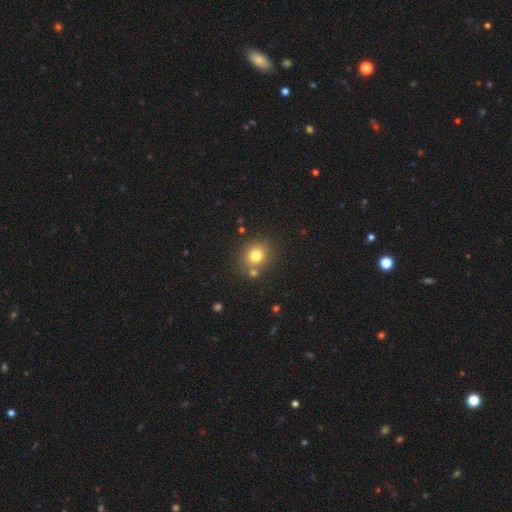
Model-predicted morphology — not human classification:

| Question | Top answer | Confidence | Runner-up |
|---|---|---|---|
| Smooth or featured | smooth | 77% | star or artifact (13%) |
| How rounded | round | 77% | in between (22%) |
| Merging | none | 75% | merger (13%) |